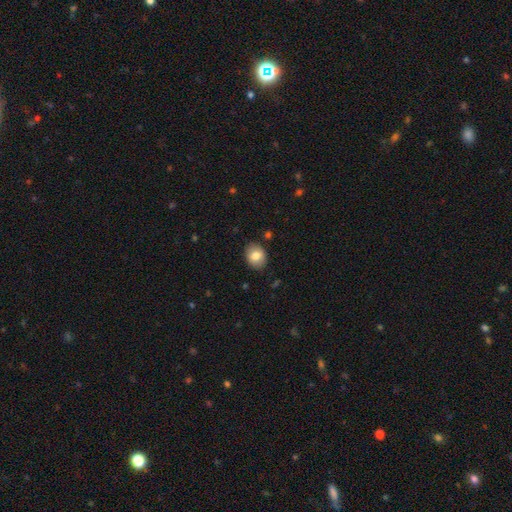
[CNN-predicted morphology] This appears to be a smooth galaxy with no disk features (80%) that is in between round and cigar-shaped (52%). Merging: none (87%).